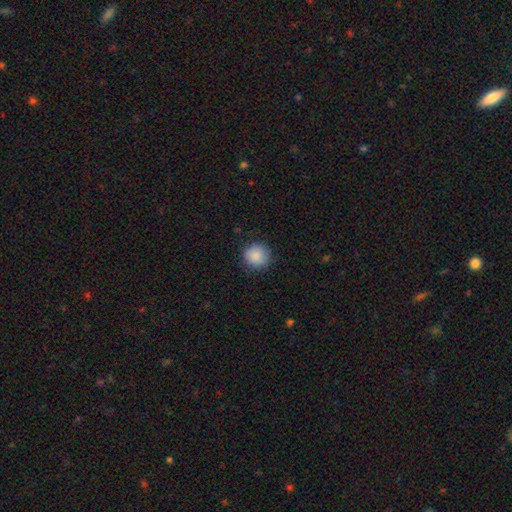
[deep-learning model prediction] smooth_or_featured: smooth (p=0.88) [alt: star or artifact p=0.08]
how_rounded: round (p=0.92) [alt: in between p=0.07]
merging: none (p=0.88) [alt: minor disturbance p=0.09]